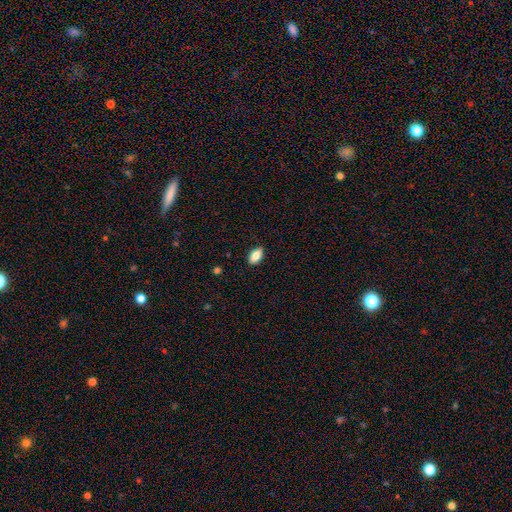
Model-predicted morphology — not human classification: Smooth or featured? smooth (82%)
How rounded? in between (91%)
Merging? none (87%)